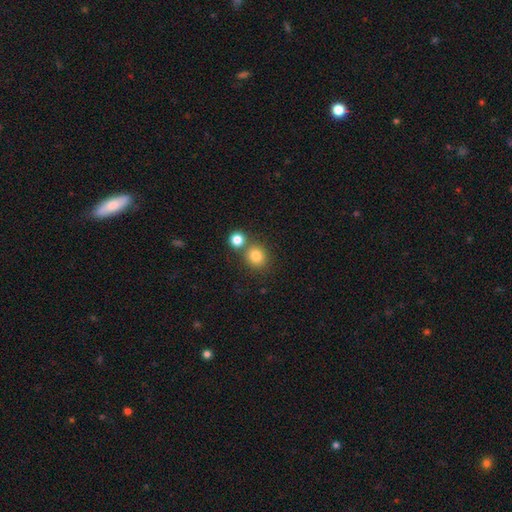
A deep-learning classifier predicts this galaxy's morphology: A smooth galaxy with no disk features (82%) that is round (84%). Merging: none (65%).